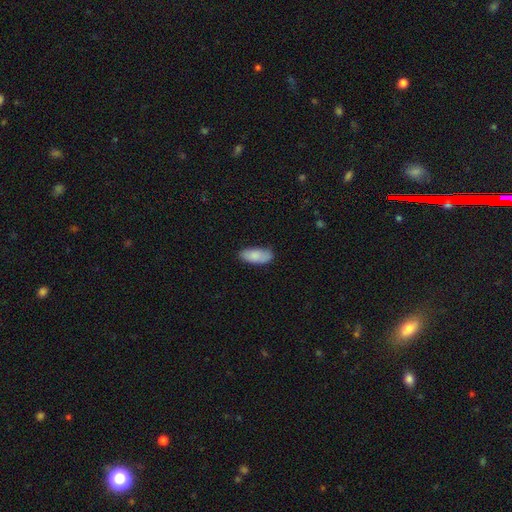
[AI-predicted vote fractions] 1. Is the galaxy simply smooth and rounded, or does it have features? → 86% smooth, 8% featured or disk, 6% star or artifact.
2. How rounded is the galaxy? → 88% in between, 10% cigar-shaped, 2% round.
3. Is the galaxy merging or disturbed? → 78% none, 18% minor disturbance, 3% major disturbance, 1% merger.